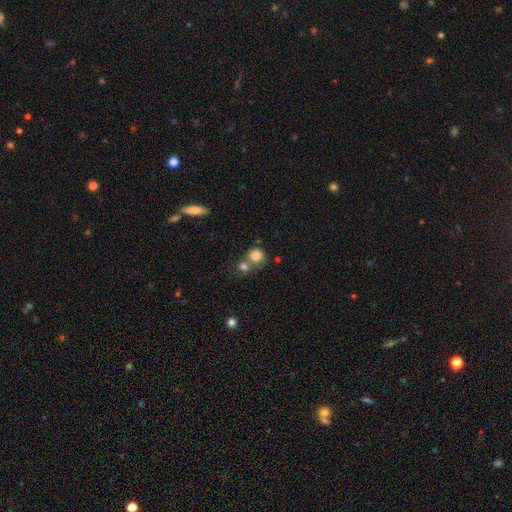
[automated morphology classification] Smooth or featured? smooth (81%)
How rounded? round (87%)
Merging? none (50%)